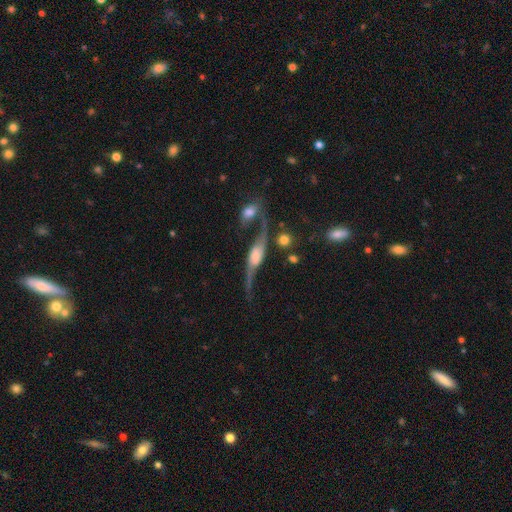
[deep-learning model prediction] smooth_or_featured: featured or disk (p=0.78) [alt: smooth p=0.15]
disk_edge_on: no (p=0.55) [alt: yes p=0.45]
merging: none (p=0.42) [alt: merger p=0.22]